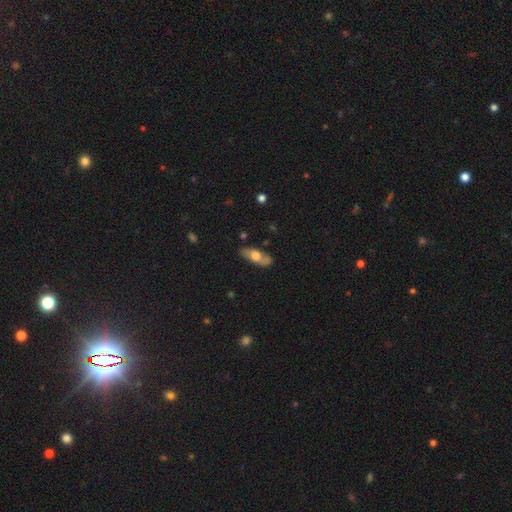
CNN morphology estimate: smooth_or_featured: smooth (p=0.53) [alt: featured or disk p=0.41]
how_rounded: in between (p=0.73) [alt: cigar-shaped p=0.23]
merging: none (p=0.79) [alt: minor disturbance p=0.15]